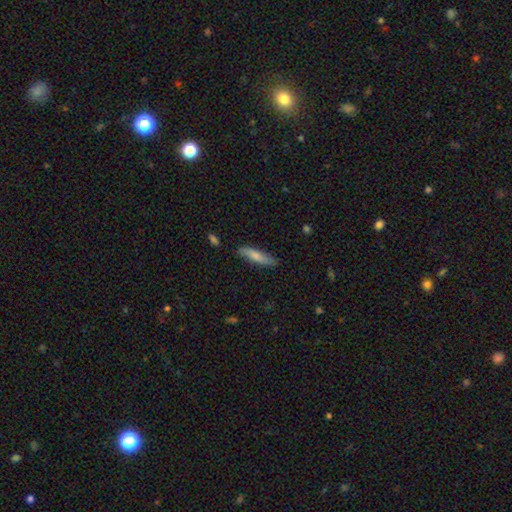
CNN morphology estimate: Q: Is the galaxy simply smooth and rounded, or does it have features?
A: smooth — 73%.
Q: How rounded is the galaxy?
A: cigar-shaped — 76%.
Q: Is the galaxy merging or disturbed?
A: none — 81%.